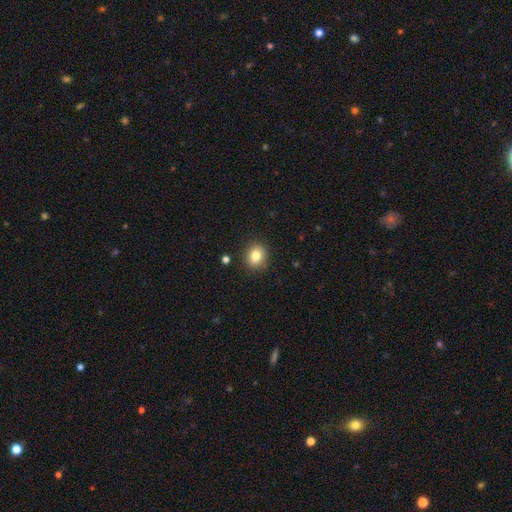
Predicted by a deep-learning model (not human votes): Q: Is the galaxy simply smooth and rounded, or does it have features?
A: smooth — 83%.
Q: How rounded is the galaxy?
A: round — 65%.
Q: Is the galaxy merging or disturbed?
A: none — 89%.